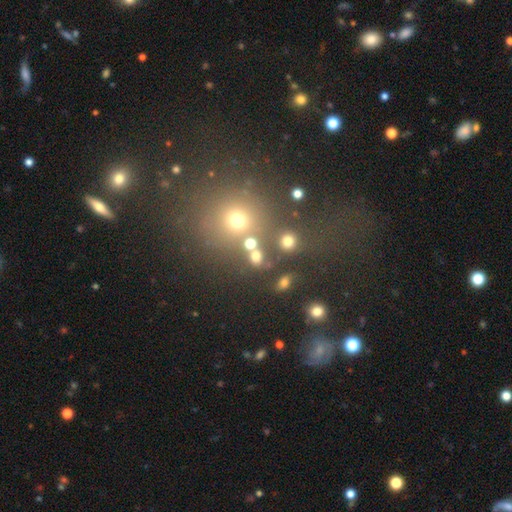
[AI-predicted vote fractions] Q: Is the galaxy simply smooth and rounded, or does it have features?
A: smooth — 69%.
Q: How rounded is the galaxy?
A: round — 63%.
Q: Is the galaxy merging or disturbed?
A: none — 63%.